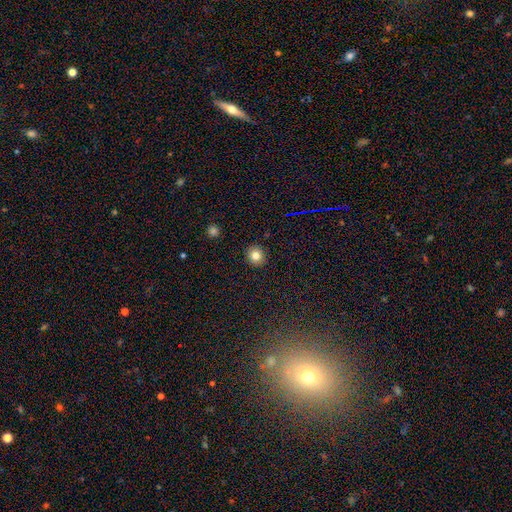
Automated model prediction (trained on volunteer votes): Smooth or featured? smooth (81%)
How rounded? round (89%)
Merging? none (92%)